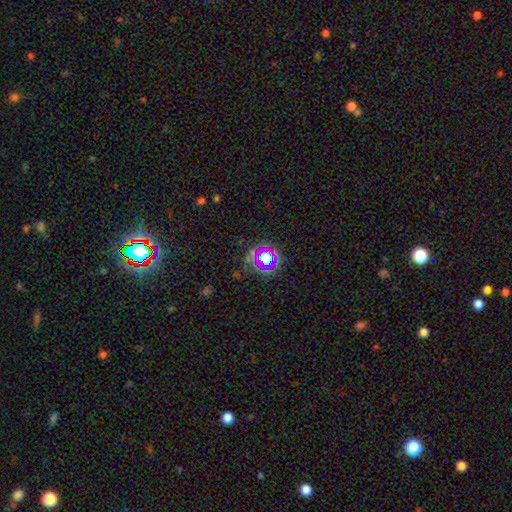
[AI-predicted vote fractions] Smooth or featured? star or artifact (69%)